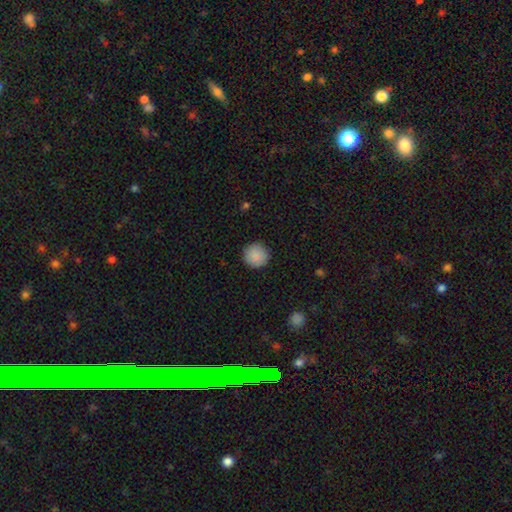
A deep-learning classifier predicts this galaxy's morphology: A smooth galaxy with no disk features (88%) that is round (95%).

Vote fractions:
- Smooth or featured? smooth: 88% / star or artifact: 7% / featured or disk: 4%
- How rounded? round: 95% / in between: 4% / cigar-shaped: 1%
- Merging? none: 90% / minor disturbance: 7% / major disturbance: 2% / merger: 1%